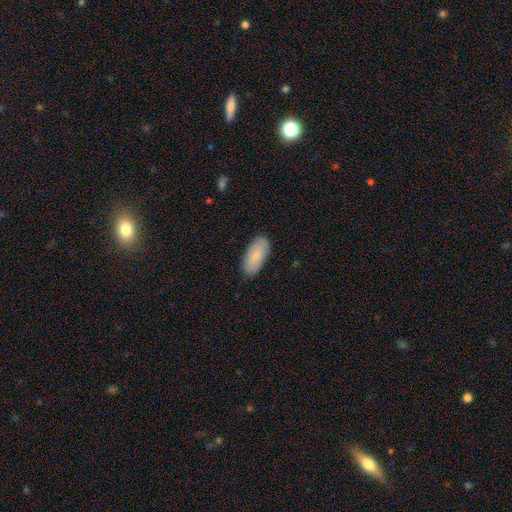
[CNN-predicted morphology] The model was most divided on "smooth or featured": smooth: 83%, featured or disk: 11%, star or artifact: 6%. More confident: how rounded — in between (89%); merging — none (87%).